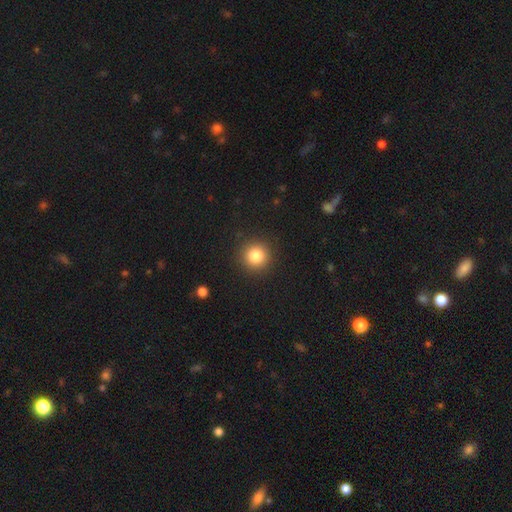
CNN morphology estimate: smooth_or_featured: smooth (p=0.83) [alt: star or artifact p=0.11]
how_rounded: round (p=0.95) [alt: in between p=0.04]
merging: none (p=0.91) [alt: minor disturbance p=0.06]